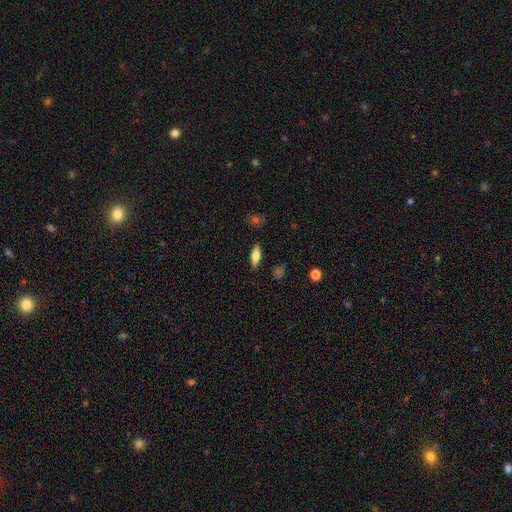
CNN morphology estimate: Smooth or featured: smooth — 59% (featured or disk — 33%)
How rounded: in between — 58% (cigar-shaped — 38%)
Merging: none — 87% (minor disturbance — 9%)